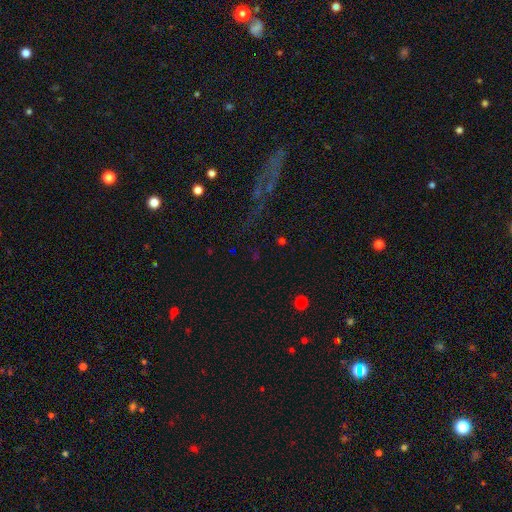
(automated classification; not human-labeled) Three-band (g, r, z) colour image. It shows a star or artifact, not a galaxy (63%).